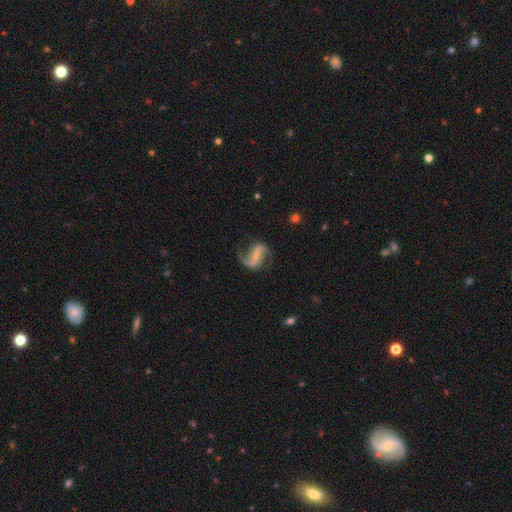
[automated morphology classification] A featured or disk galaxy (85%) with a strong bar (51%), 2 (90%) loose (65%) spiral arms (95%) and a small central bulge (50%).

Vote fractions:
- Smooth or featured? featured or disk: 85% / smooth: 9% / star or artifact: 6%
- Edge-on disk? no: 97% / yes: 3%
- Bar? strong: 51% / weak: 33% / no: 16%
- Spiral arms? yes: 95% / no: 5%
- Spiral winding? loose: 65% / medium: 29% / tight: 6%
- Spiral arm count? 2: 90% / 1: 5% / can't tell: 2% / 3: 1% / 4: 1% / more than 4: 1%
- Bulge size? small: 50% / none: 32% / moderate: 14% / large: 2% / dominant: 1%
- Merging? none: 72% / minor disturbance: 15% / major disturbance: 11% / merger: 2%